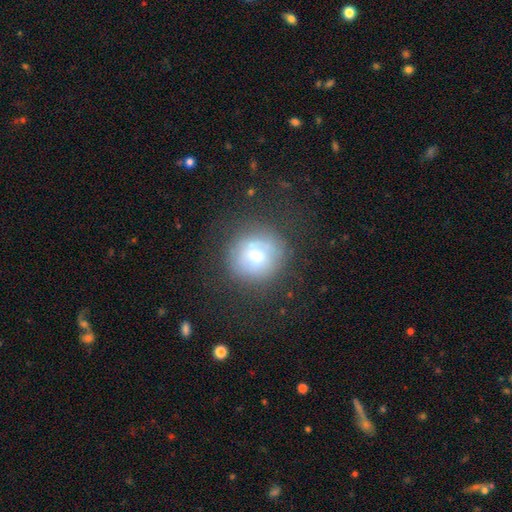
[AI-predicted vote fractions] smooth_or_featured: smooth (p=0.60) [alt: featured or disk p=0.28]
how_rounded: round (p=0.91) [alt: in between p=0.08]
merging: none (p=0.76) [alt: minor disturbance p=0.15]